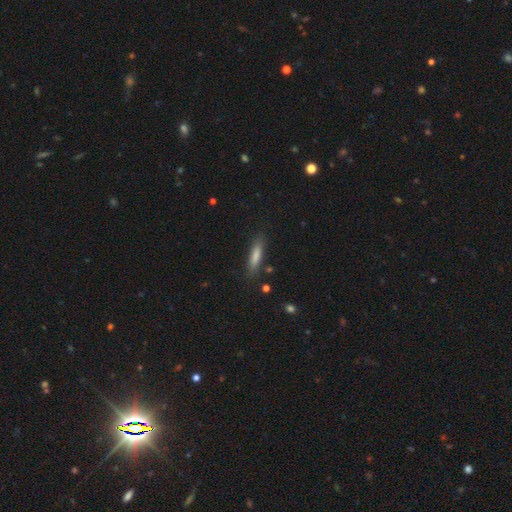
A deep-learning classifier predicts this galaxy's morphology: Smooth or featured?
  - smooth: 74% *
  - featured or disk: 17%
  - star or artifact: 9%
How rounded?
  - cigar-shaped: 80% *
  - in between: 18%
  - round: 2%
Merging?
  - none: 84% *
  - minor disturbance: 11%
  - major disturbance: 3%
  - merger: 2%